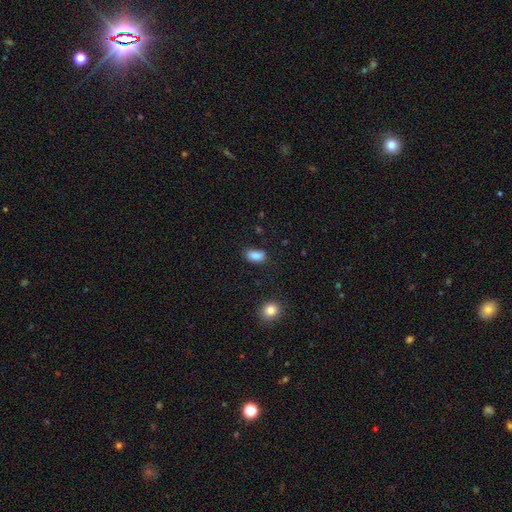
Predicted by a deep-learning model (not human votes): smooth-or-featured: smooth: 86% | star or artifact: 9% | featured or disk: 5%
  how-rounded: in between: 90% | round: 7% | cigar-shaped: 3%
  merging: none: 73% | minor disturbance: 20% | major disturbance: 4% | merger: 3%